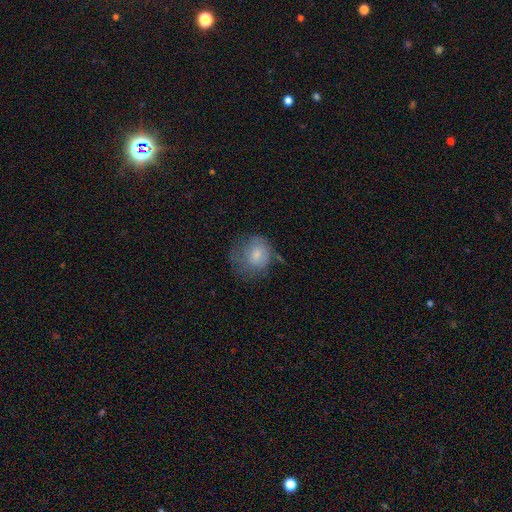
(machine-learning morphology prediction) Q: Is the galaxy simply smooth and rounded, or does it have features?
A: smooth — 58%.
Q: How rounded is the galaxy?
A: round — 73%.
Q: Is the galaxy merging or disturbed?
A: none — 55%.